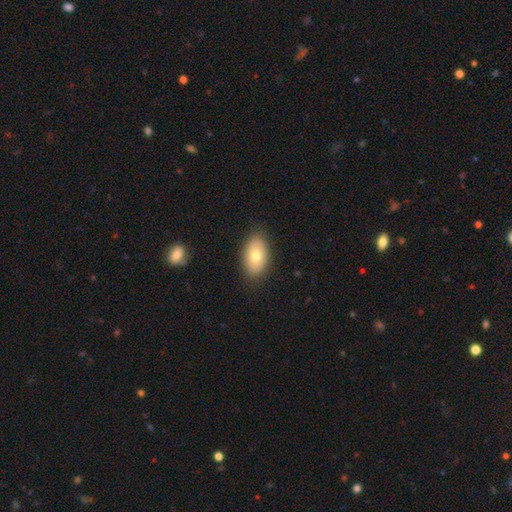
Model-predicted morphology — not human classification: Smooth or featured? Predicted: smooth (p=0.75). How rounded? Predicted: in between (p=0.92). Merging? Predicted: none (p=0.85).